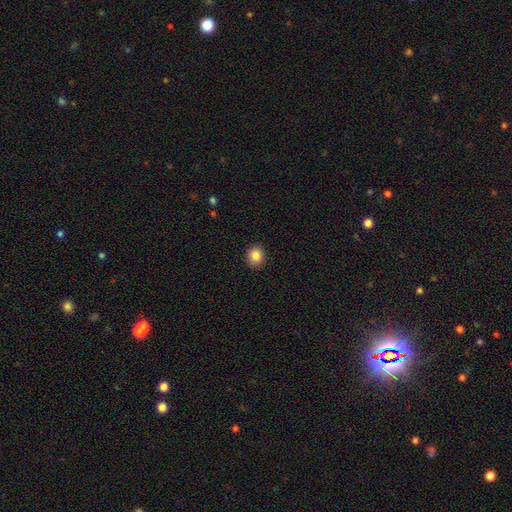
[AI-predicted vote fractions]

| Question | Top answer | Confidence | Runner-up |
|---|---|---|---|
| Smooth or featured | smooth | 85% | star or artifact (10%) |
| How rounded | round | 78% | in between (21%) |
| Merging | none | 91% | minor disturbance (6%) |